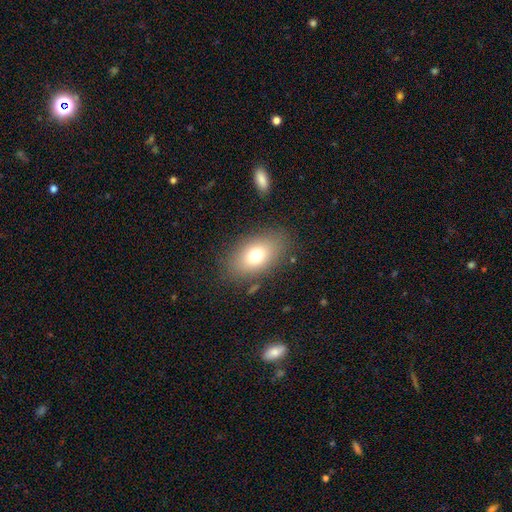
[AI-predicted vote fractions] This is likely a smooth galaxy (74%). How rounded: clearly in between (86%). Merging: clearly none (82%).